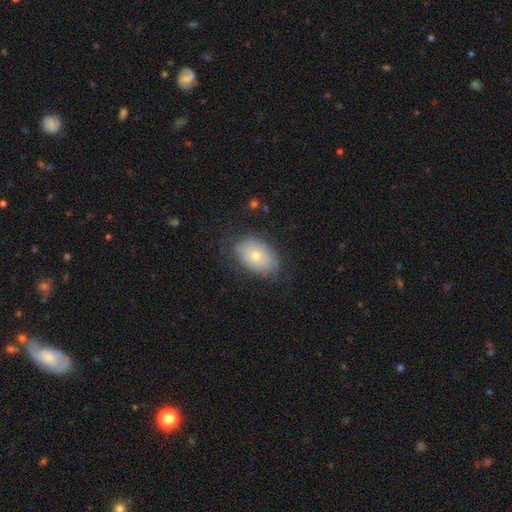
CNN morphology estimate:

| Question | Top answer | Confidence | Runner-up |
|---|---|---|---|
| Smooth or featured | smooth | 56% | featured or disk (34%) |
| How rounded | in between | 81% | round (17%) |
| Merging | none | 70% | minor disturbance (20%) |